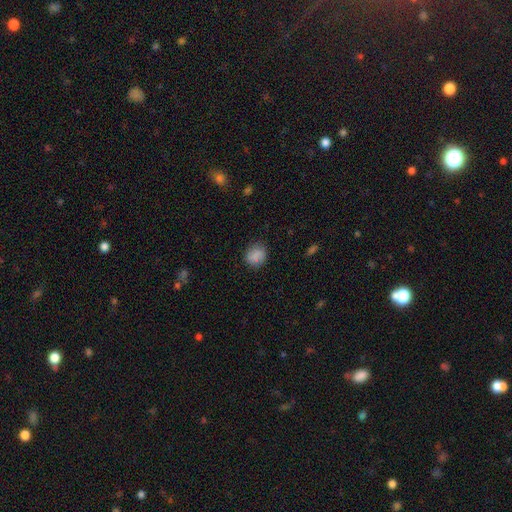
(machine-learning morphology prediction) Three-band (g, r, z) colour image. It shows a smooth galaxy with no disk features (78%) that is round (71%). Merging: none (80%).